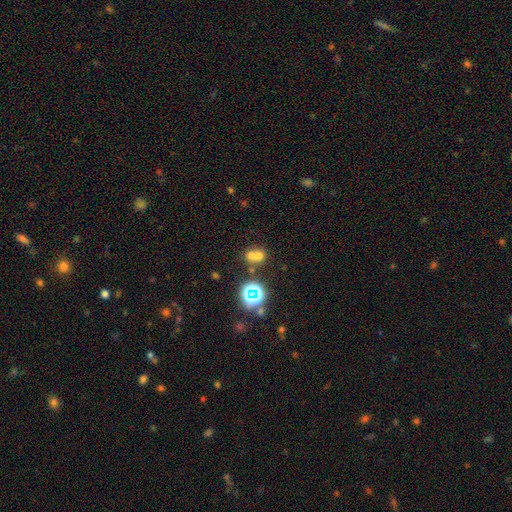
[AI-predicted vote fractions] This appears to be a smooth galaxy with no disk features (59%) that is round (71%). Merging: merger (53%).